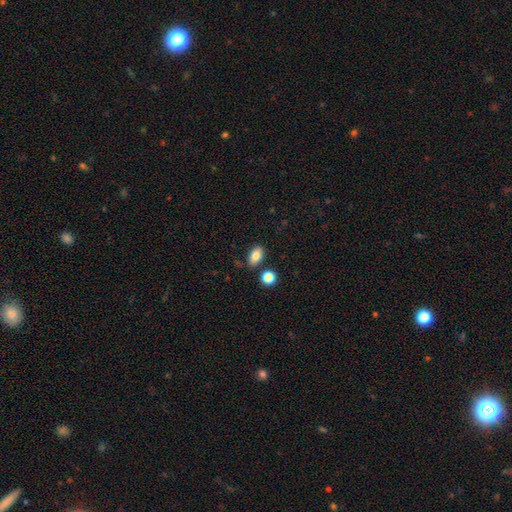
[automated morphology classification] A smooth galaxy with no disk features (83%) that is in between round and cigar-shaped (86%). Merging: none (80%).